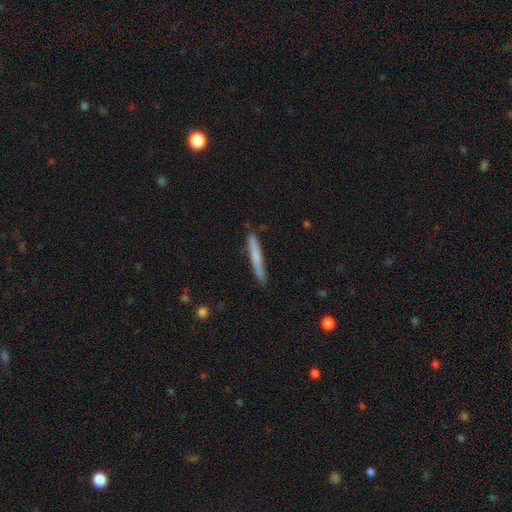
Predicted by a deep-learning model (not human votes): The model was most divided on "smooth or featured": smooth: 65%, featured or disk: 29%, star or artifact: 6%. More confident: how rounded — cigar-shaped (96%); merging — none (84%).